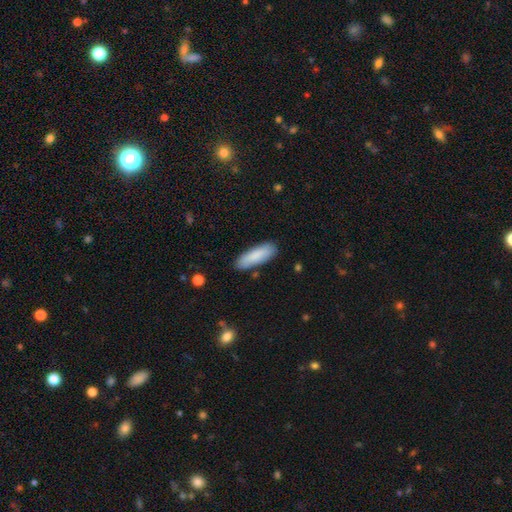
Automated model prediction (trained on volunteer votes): Overall: smooth (86%). How rounded: cigar-shaped (52%; in between 47%). Merging: none (85%).